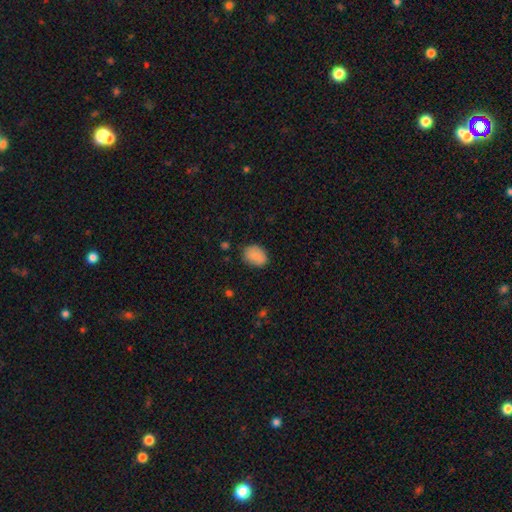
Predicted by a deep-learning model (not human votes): smooth_or_featured: smooth (p=0.82) [alt: featured or disk p=0.11]
how_rounded: in between (p=0.69) [alt: round p=0.30]
merging: none (p=0.79) [alt: minor disturbance p=0.16]